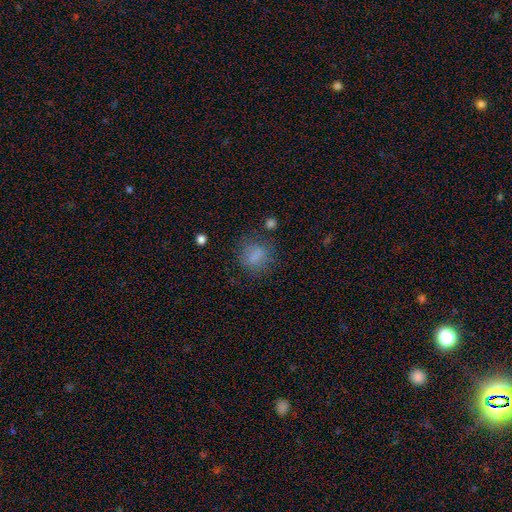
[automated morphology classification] A smooth galaxy with no disk features (76%) that is round (65%). Merging: none (70%).